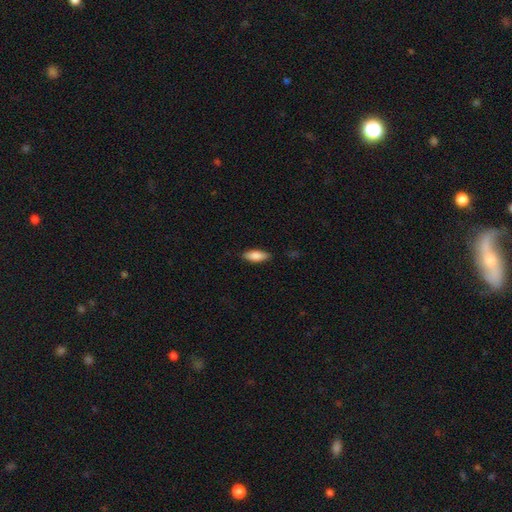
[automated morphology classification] Smooth or featured? smooth (83%)
How rounded? in between (68%)
Merging? none (85%)